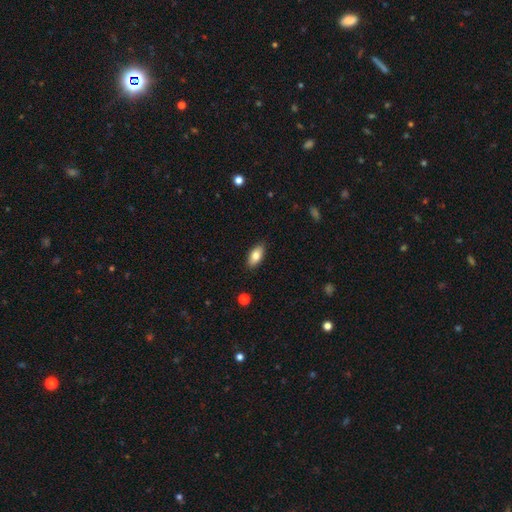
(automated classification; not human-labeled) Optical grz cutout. It shows a smooth galaxy with no disk features (80%) that is in between round and cigar-shaped (89%). Merging: none (87%).